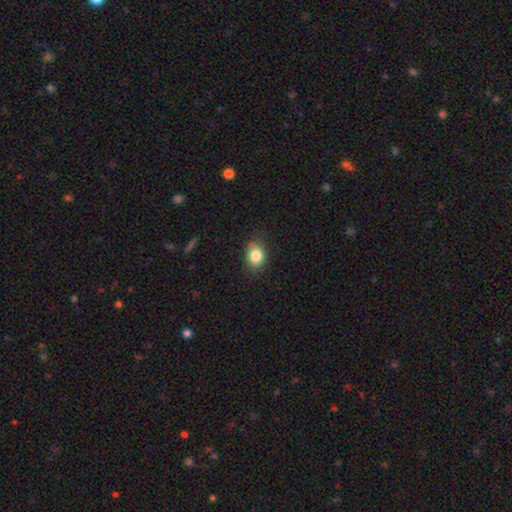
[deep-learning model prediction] smooth-or-featured: smooth: 84% | star or artifact: 9% | featured or disk: 7%
  how-rounded: in between: 53% | round: 45% | cigar-shaped: 1%
  merging: none: 75% | minor disturbance: 20% | major disturbance: 4% | merger: 1%